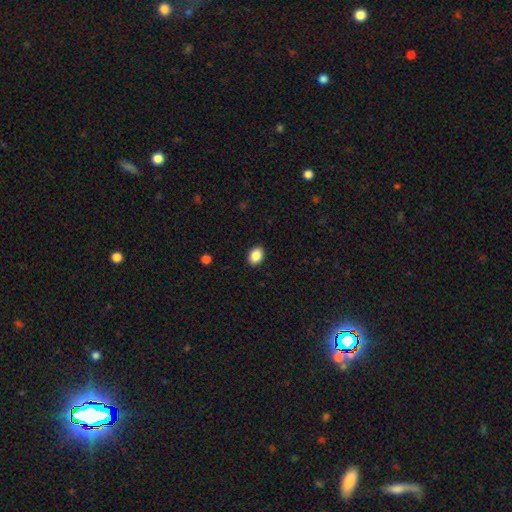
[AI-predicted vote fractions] Q: Smooth or featured?
A: smooth (88%); runner-up: star or artifact (8%)
Q: How rounded?
A: in between (77%); runner-up: round (22%)
Q: Merging?
A: none (90%); runner-up: minor disturbance (7%)